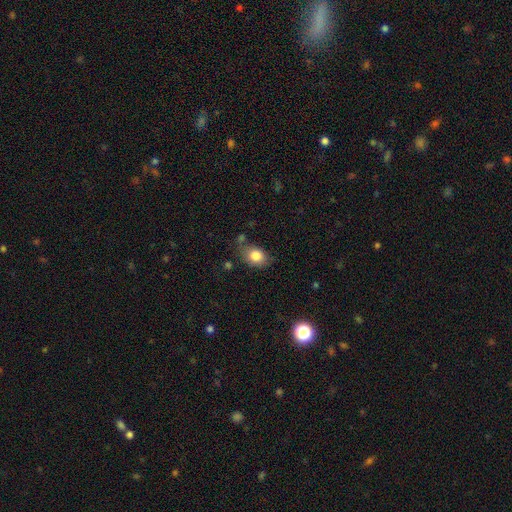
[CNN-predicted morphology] smooth-or-featured: smooth: 82% | featured or disk: 9% | star or artifact: 9%
  how-rounded: in between: 66% | round: 33% | cigar-shaped: 1%
  merging: none: 63% | minor disturbance: 24% | major disturbance: 7% | merger: 6%